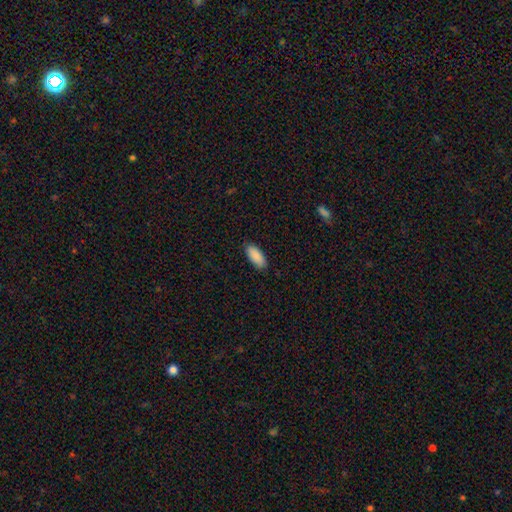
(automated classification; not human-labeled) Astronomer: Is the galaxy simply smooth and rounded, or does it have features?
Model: smooth — 90%.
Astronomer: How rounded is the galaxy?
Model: in between — 87%.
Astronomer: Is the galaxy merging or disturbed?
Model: none — 87%.